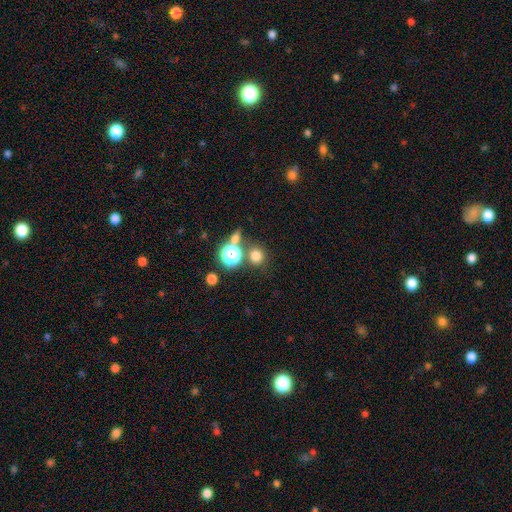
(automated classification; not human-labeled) The model was most divided on "smooth or featured": smooth: 71%, star or artifact: 22%, featured or disk: 7%. More confident: how rounded — round (87%); merging — none (74%).